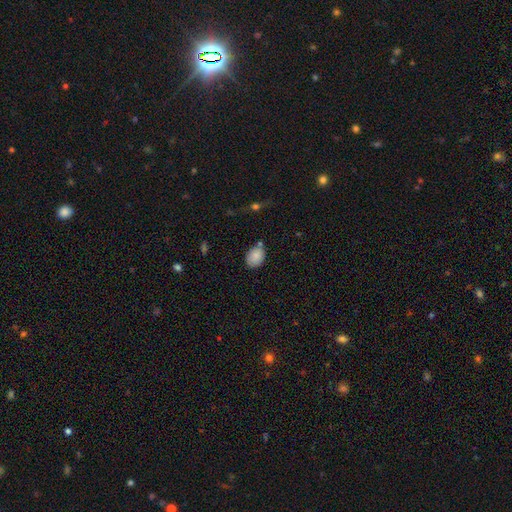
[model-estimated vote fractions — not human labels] This appears to be a smooth galaxy with no disk features (87%) that is in between round and cigar-shaped (73%). Merging: none (72%).